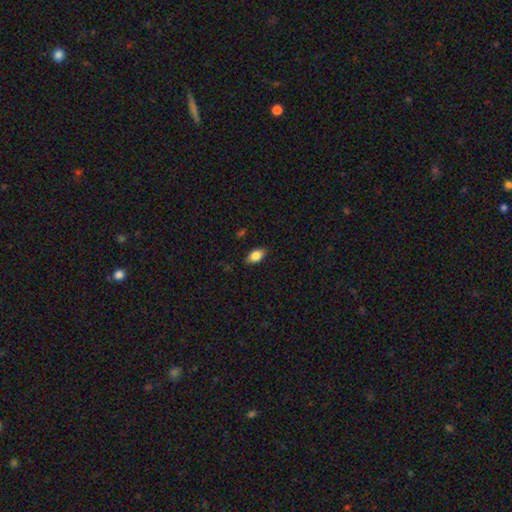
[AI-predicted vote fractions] This is clearly a smooth galaxy (81%). How rounded: clearly in between (90%). Merging: clearly none (86%).